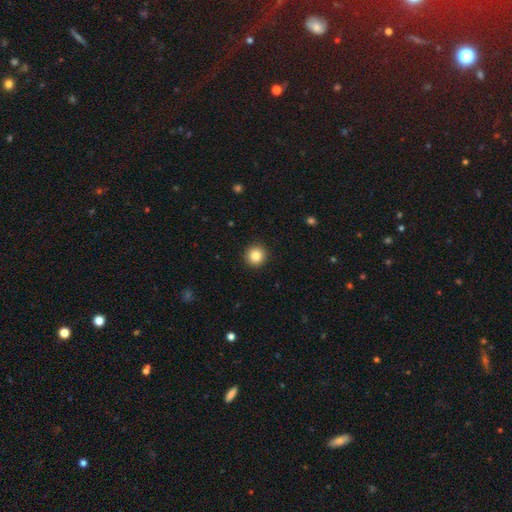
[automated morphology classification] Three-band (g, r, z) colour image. It shows a smooth galaxy with no disk features (85%) that is round (95%). Merging: none (93%).